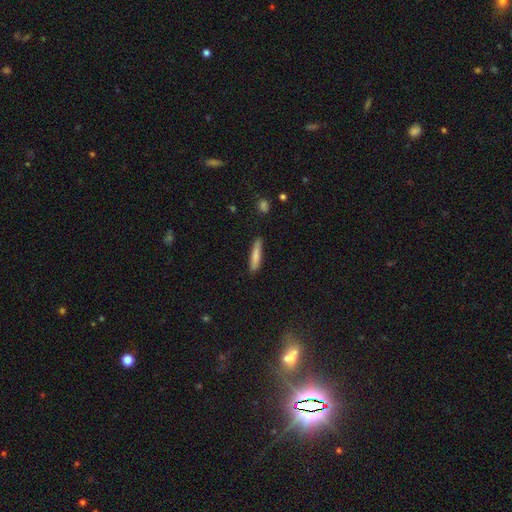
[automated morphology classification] A smooth galaxy with no disk features (80%) that is cigar-shaped (88%). Merging: none (85%).